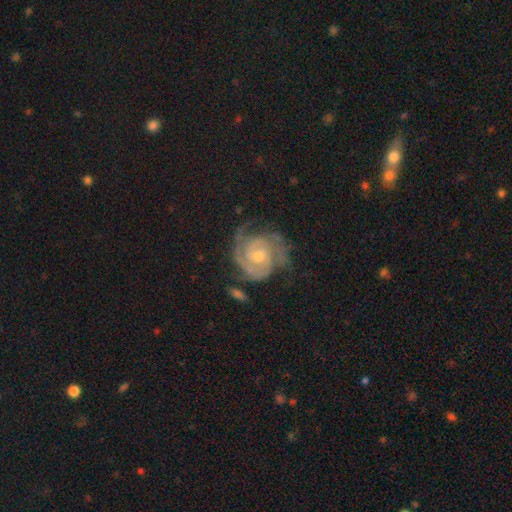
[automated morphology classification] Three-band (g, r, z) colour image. It shows a featured or disk galaxy (88%) with no bar (59%), 2 (44%) tight (67%) spiral arms (97%) and a moderate central bulge (51%). Merging: none (64%).